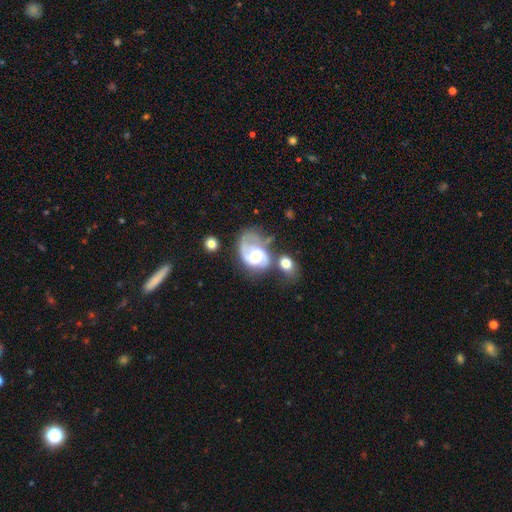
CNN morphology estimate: smooth_or_featured: featured or disk (p=0.79) [alt: smooth p=0.15]
disk_edge_on: no (p=0.97) [alt: yes p=0.03]
bar: no (p=0.60) [alt: weak p=0.32]
has_spiral_arms: yes (p=0.90) [alt: no p=0.10]
spiral_winding: medium (p=0.45) [alt: tight p=0.28]
spiral_arm_count: 2 (p=0.67) [alt: 1 p=0.21]
bulge_size: moderate (p=0.59) [alt: large p=0.29]
merging: none (p=0.32) [alt: major disturbance p=0.24]